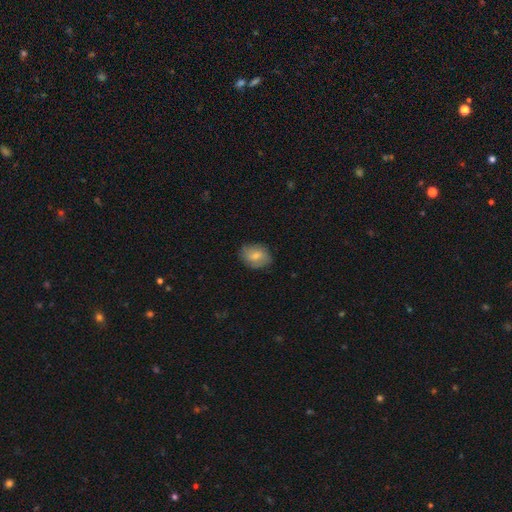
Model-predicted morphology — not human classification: Smooth or featured: smooth — 72% (featured or disk — 21%)
How rounded: in between — 66% (round — 33%)
Merging: none — 81% (minor disturbance — 15%)